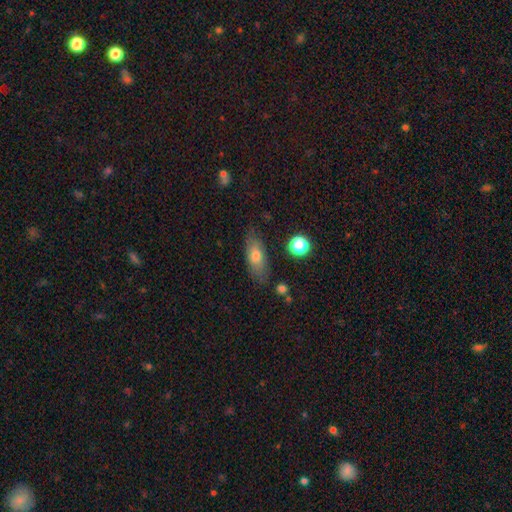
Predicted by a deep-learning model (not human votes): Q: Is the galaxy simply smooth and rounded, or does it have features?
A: smooth — 70%.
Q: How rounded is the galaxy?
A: in between — 71%.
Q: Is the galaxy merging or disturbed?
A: none — 79%.